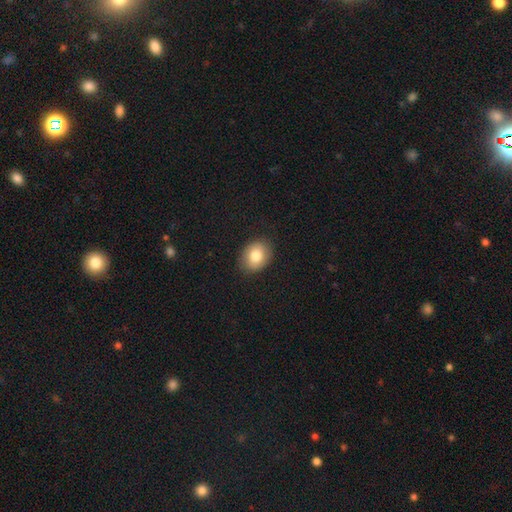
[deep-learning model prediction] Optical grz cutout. It shows a smooth galaxy with no disk features (83%) that is in between round and cigar-shaped (61%). Merging: none (85%).